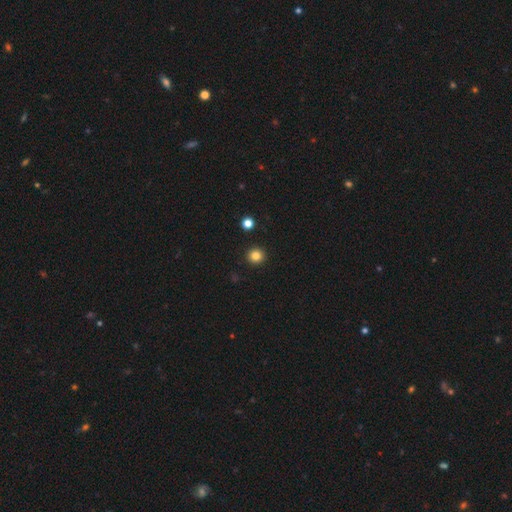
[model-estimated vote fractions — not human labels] This appears to be a smooth galaxy with no disk features (83%) that is round (95%). Merging: none (93%).